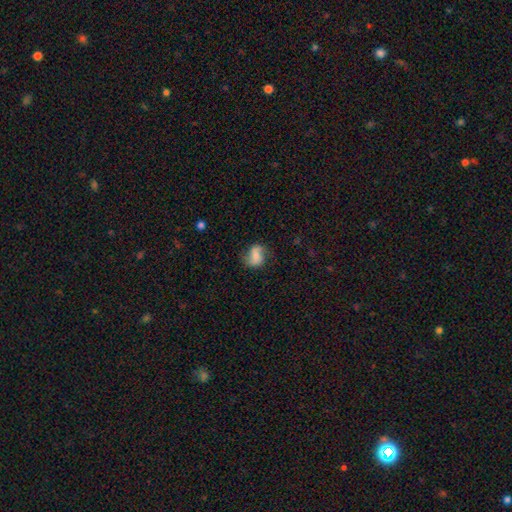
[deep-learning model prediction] Morphology: type=smooth (57%); roundness=in between (60%); merging=none (60%).